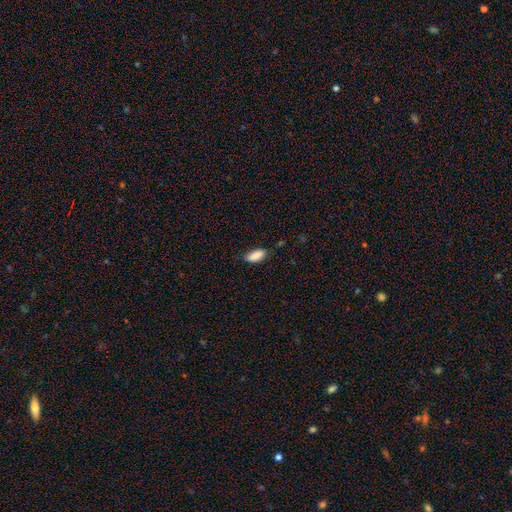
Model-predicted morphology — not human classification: Smooth or featured? smooth (89%)
How rounded? in between (87%)
Merging? none (78%)